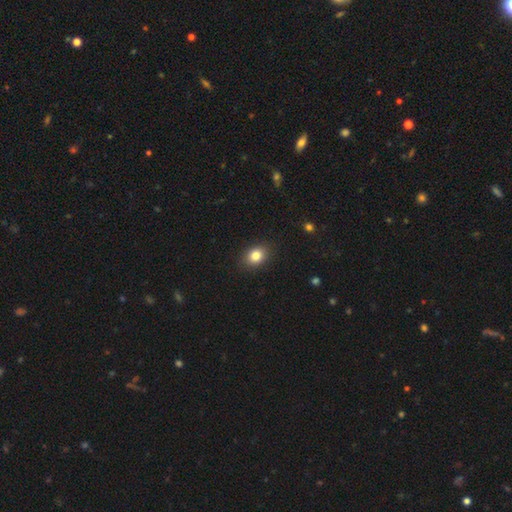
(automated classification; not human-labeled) Overall: smooth (82%). How rounded: in between (57%; round 42%). Merging: none (89%).